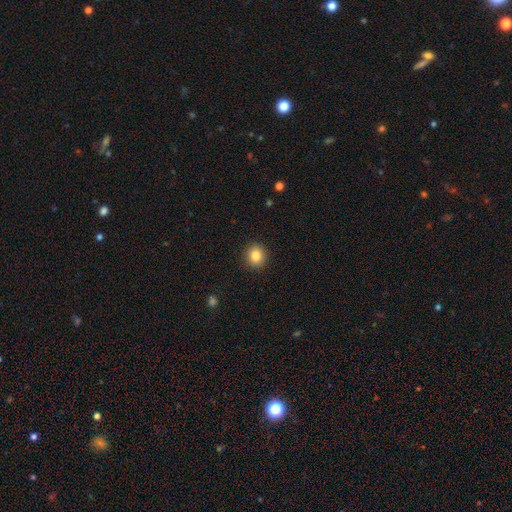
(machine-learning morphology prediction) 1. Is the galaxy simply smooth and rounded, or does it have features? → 85% smooth, 10% star or artifact, 6% featured or disk.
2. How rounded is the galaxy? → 83% round, 16% in between, 1% cigar-shaped.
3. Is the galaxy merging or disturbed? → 92% none, 6% minor disturbance, 2% major disturbance, 1% merger.